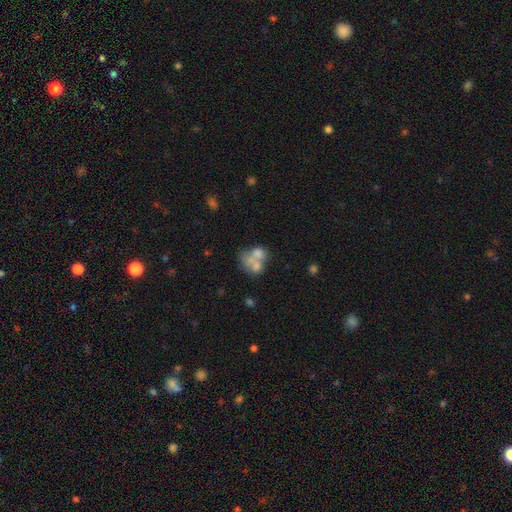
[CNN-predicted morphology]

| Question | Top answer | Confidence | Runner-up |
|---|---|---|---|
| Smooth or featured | smooth | 57% | featured or disk (32%) |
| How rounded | in between | 54% | round (44%) |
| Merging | merger | 62% | none (20%) |